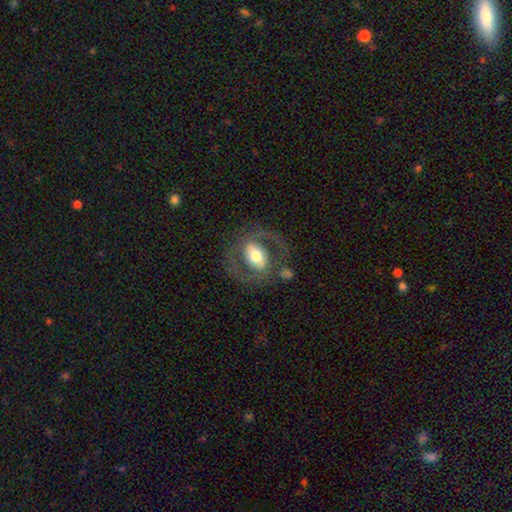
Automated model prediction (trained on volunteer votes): Q: Smooth or featured?
A: featured or disk (69%); runner-up: smooth (25%)
Q: Edge-on disk?
A: no (95%); runner-up: yes (5%)
Q: Bar?
A: strong (38%); runner-up: weak (33%)
Q: Spiral arms?
A: yes (65%); runner-up: no (35%)
Q: Bulge size?
A: moderate (62%); runner-up: large (26%)
Q: Merging?
A: none (67%); runner-up: minor disturbance (15%)